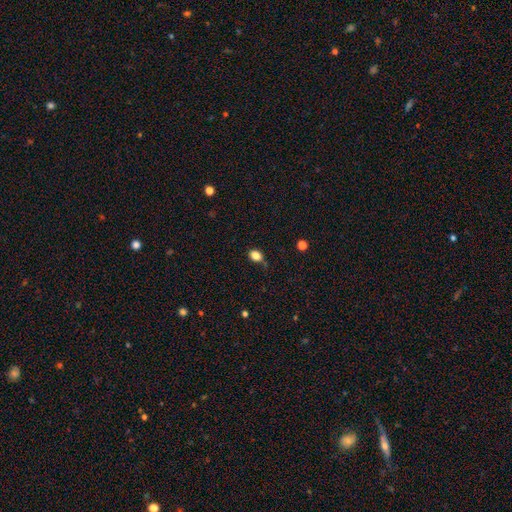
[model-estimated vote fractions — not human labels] smooth 83%, star or artifact 11%, featured or disk 6%. Down the decision tree: how rounded — in between (61%); merging — none (66%).